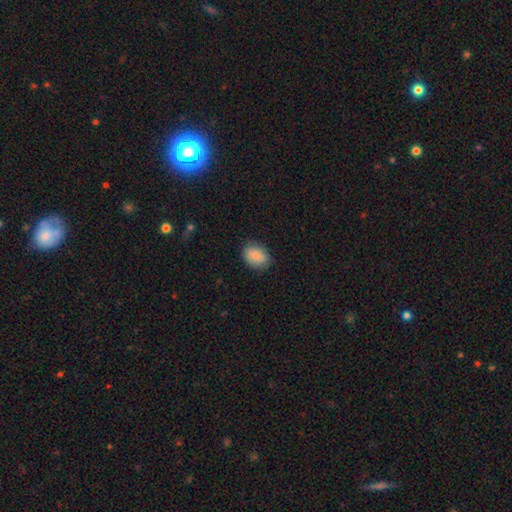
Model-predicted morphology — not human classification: Q: Smooth or featured?
A: smooth (85%); runner-up: featured or disk (8%)
Q: How rounded?
A: in between (73%); runner-up: round (26%)
Q: Merging?
A: none (82%); runner-up: minor disturbance (14%)